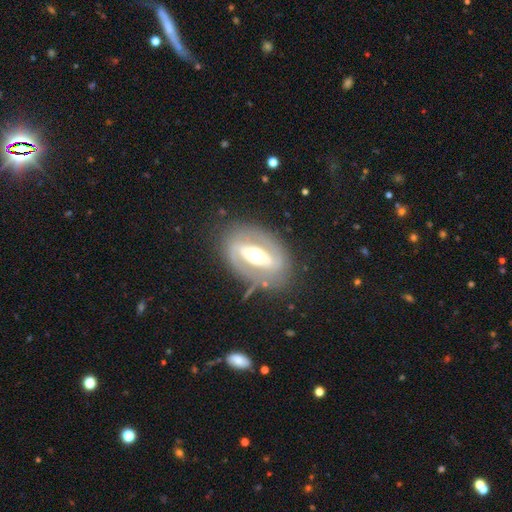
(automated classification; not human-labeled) Smooth or featured: featured or disk — 74% (smooth — 20%)
Edge-on disk: no — 92% (yes — 8%)
Bar: strong — 47% (no — 28%)
Spiral arms: yes — 56% (no — 44%)
Bulge size: moderate — 55% (large — 33%)
Merging: none — 71% (minor disturbance — 16%)